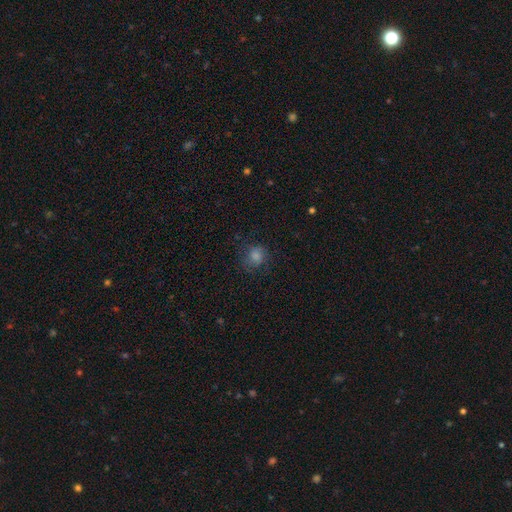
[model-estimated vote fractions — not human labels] smooth_or_featured: smooth (p=0.69) [alt: star or artifact p=0.19]
how_rounded: round (p=0.79) [alt: in between p=0.20]
merging: none (p=0.74) [alt: minor disturbance p=0.16]